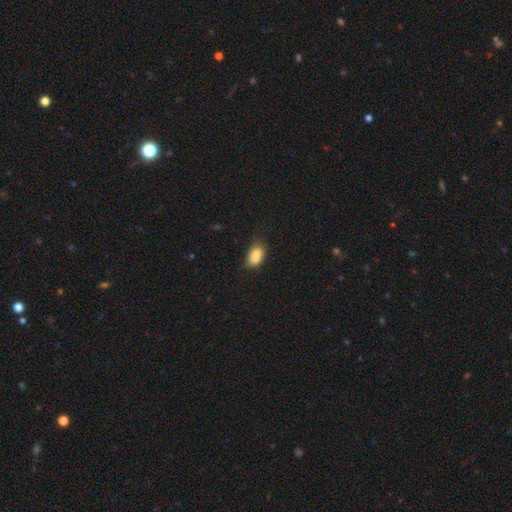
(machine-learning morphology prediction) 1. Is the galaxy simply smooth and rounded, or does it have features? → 86% smooth, 8% star or artifact, 6% featured or disk.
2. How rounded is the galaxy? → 88% in between, 10% round, 3% cigar-shaped.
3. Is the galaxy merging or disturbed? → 61% none, 29% minor disturbance, 6% major disturbance, 3% merger.